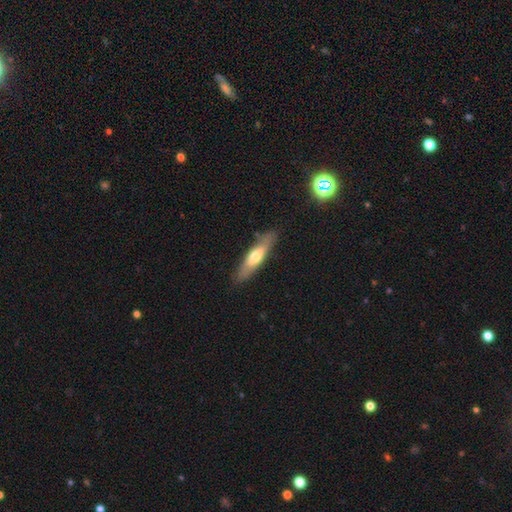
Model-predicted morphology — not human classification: A smooth galaxy with no disk features (55%) that is cigar-shaped (74%).

Vote fractions:
- Smooth or featured? smooth: 55% / featured or disk: 39% / star or artifact: 6%
- How rounded? cigar-shaped: 74% / in between: 24% / round: 2%
- Merging? none: 83% / minor disturbance: 12% / major disturbance: 3% / merger: 2%